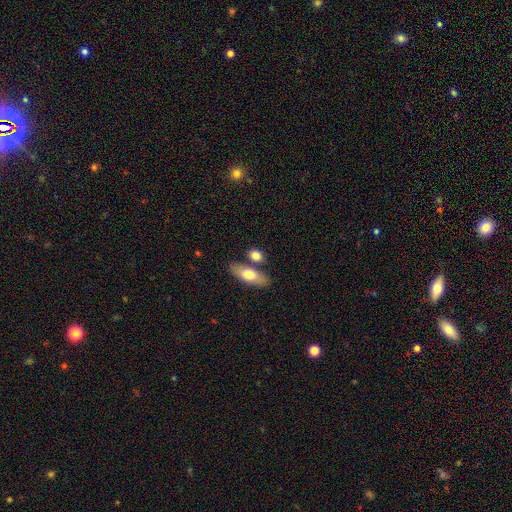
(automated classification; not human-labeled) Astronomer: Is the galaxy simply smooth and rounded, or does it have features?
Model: smooth — 75%.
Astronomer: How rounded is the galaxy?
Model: in between — 66%.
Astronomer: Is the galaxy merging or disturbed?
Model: none — 66%.